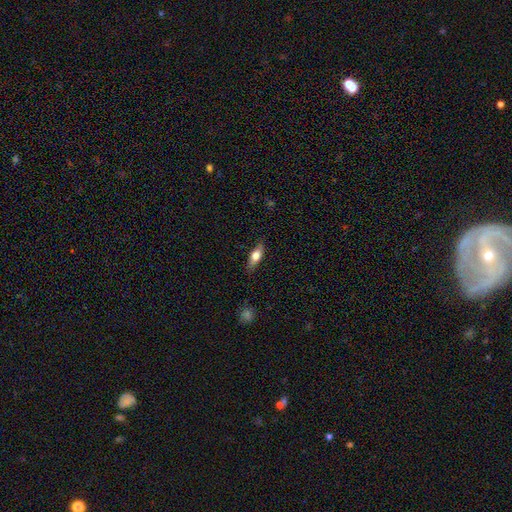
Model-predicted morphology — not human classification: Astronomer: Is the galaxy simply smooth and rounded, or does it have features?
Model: smooth — 61%.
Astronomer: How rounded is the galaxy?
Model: in between — 57% (runner-up: cigar-shaped, 40%).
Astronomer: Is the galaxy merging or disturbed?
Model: none — 84%.